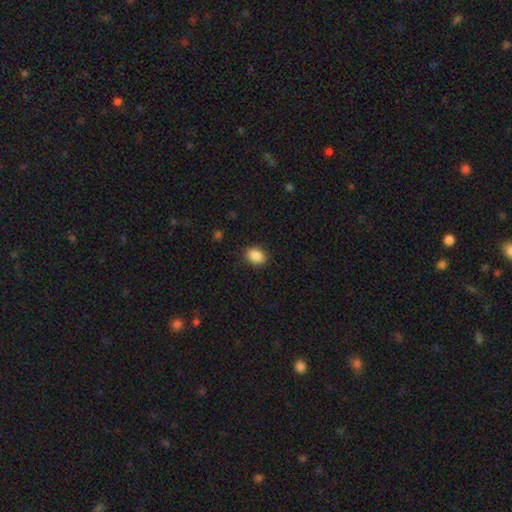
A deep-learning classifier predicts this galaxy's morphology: Smooth or featured?
  - smooth: 88% *
  - star or artifact: 8%
  - featured or disk: 3%
How rounded?
  - in between: 71% *
  - round: 28%
  - cigar-shaped: 1%
Merging?
  - none: 87% *
  - minor disturbance: 10%
  - major disturbance: 3%
  - merger: 1%